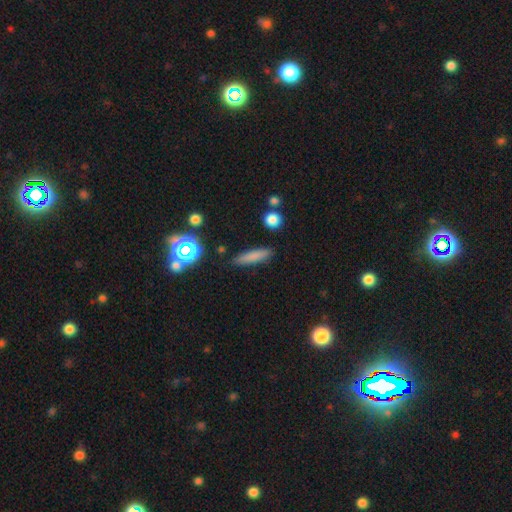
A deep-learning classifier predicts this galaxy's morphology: A smooth galaxy with no disk features (77%) that is cigar-shaped (80%). Merging: none (86%).